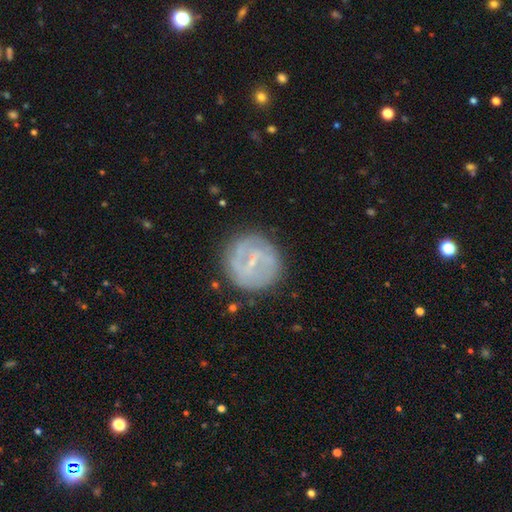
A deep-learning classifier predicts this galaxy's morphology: The model was most divided on "bar": weak: 51%, strong: 27%, no: 22%. More confident: edge-on disk — no (97%); merging — none (77%); bulge size — small (67%); spiral arms — yes (66%); smooth or featured — featured or disk (66%).